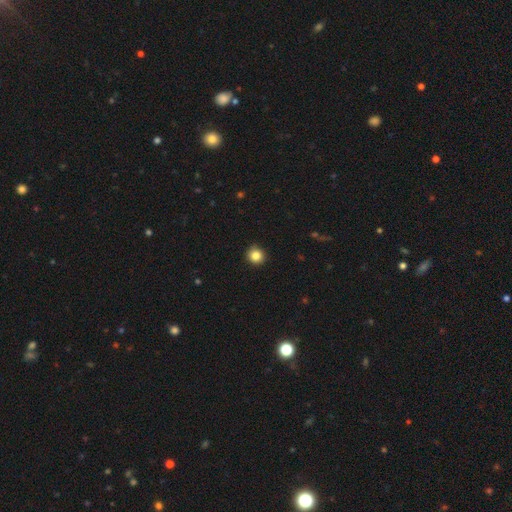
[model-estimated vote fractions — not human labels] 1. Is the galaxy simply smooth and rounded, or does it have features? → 85% smooth, 11% star or artifact, 4% featured or disk.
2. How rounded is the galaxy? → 93% round, 6% in between, 1% cigar-shaped.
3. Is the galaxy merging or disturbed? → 90% none, 8% minor disturbance, 2% major disturbance, 1% merger.